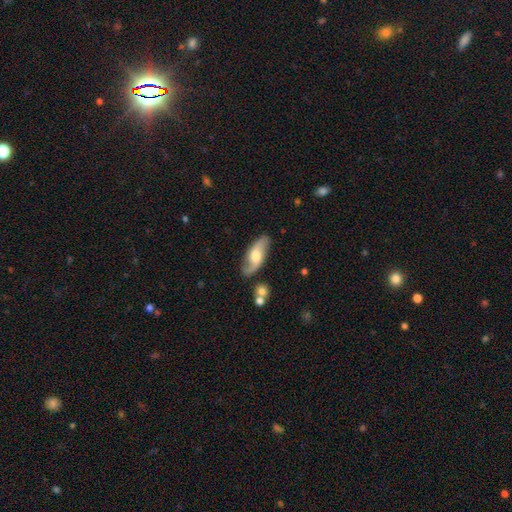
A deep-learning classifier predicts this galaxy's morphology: This appears to be a featured or disk galaxy (67%) with no bar (59%), 2 (89%) loose (66%) spiral arms (90%) and a moderate central bulge (61%). Merging: none (77%).